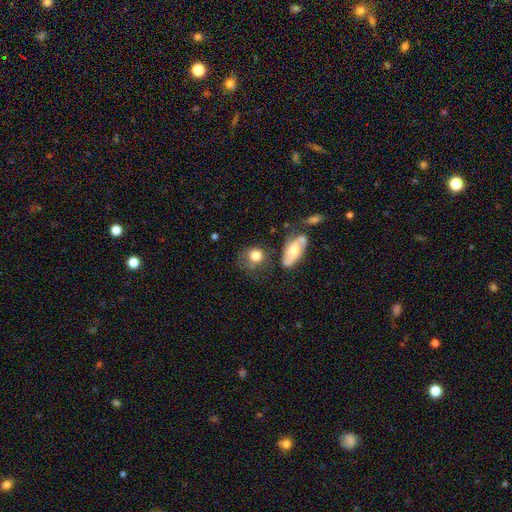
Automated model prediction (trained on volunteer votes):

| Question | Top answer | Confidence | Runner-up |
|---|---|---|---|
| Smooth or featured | smooth | 76% | featured or disk (16%) |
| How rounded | round | 67% | in between (31%) |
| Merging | none | 47% | minor disturbance (23%) |